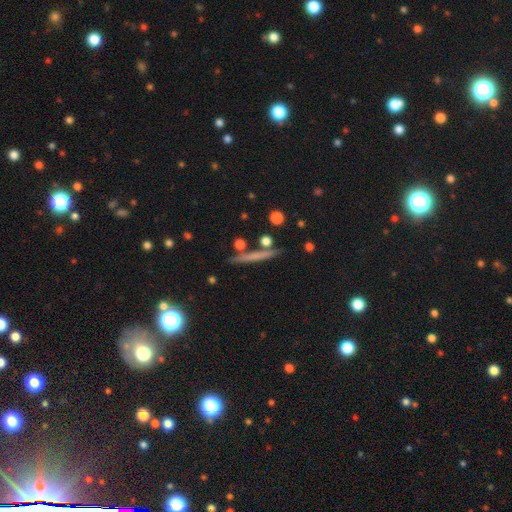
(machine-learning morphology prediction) smooth 48%, featured or disk 43%, star or artifact 9%. Down the decision tree: merging — none (84%).